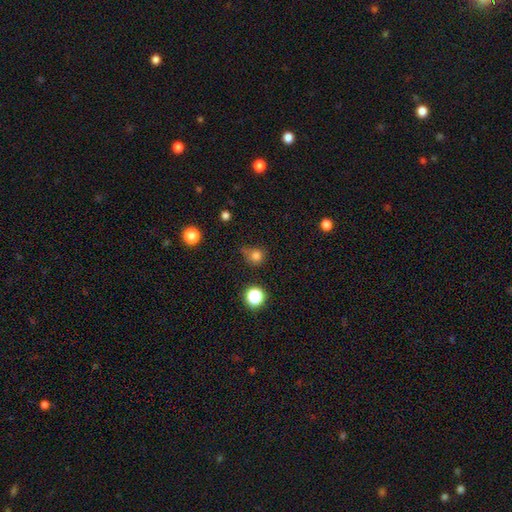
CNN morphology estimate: Smooth or featured?
  - smooth: 77% *
  - star or artifact: 17%
  - featured or disk: 6%
How rounded?
  - round: 88% *
  - in between: 11%
  - cigar-shaped: 1%
Merging?
  - none: 58% *
  - minor disturbance: 26%
  - major disturbance: 9%
  - merger: 7%